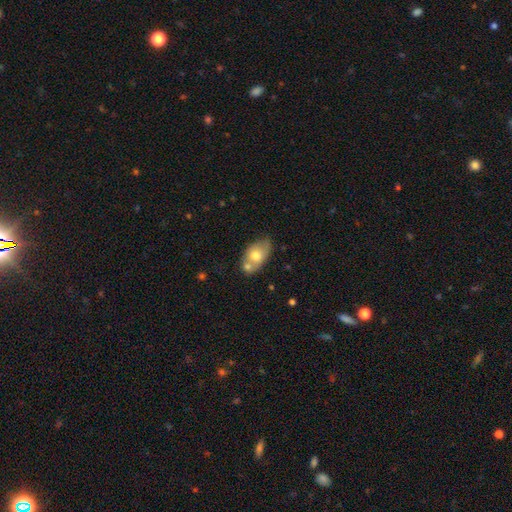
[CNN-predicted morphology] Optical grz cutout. It shows a smooth galaxy with no disk features (66%) that is in between round and cigar-shaped (88%). Merging: none (43%).